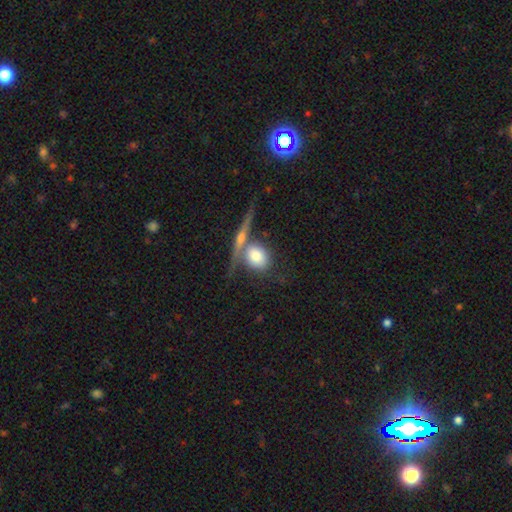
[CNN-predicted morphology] smooth_or_featured: smooth (p=0.67) [alt: featured or disk p=0.25]
how_rounded: round (p=0.61) [alt: in between p=0.33]
merging: none (p=0.43) [alt: merger p=0.34]